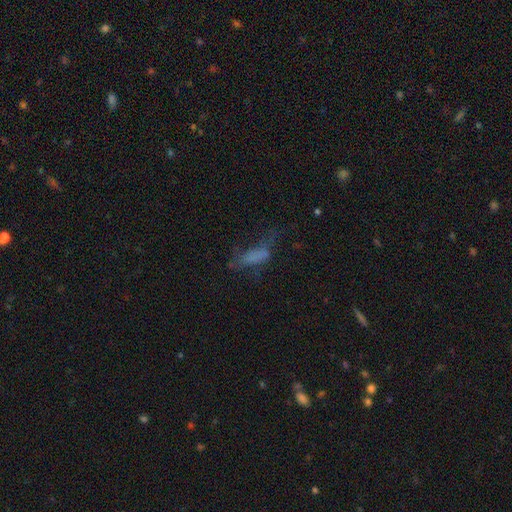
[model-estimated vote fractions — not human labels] This appears to be a smooth galaxy with no disk features (52%) that is in between round and cigar-shaped (60%). Merging: major disturbance (41%).